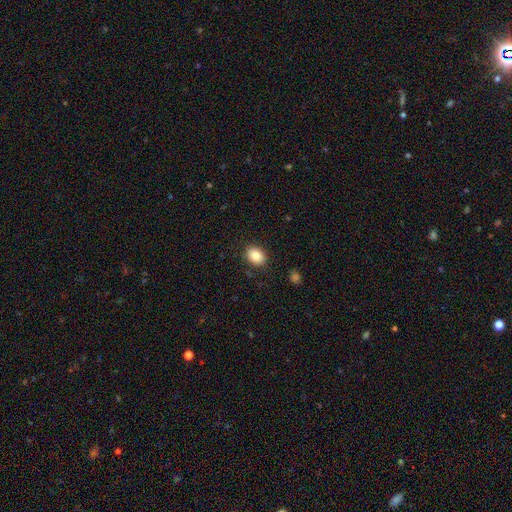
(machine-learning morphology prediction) smooth-or-featured: smooth: 85% | star or artifact: 8% | featured or disk: 6%
  how-rounded: in between: 65% | round: 34% | cigar-shaped: 1%
  merging: none: 87% | minor disturbance: 9% | major disturbance: 2% | merger: 1%